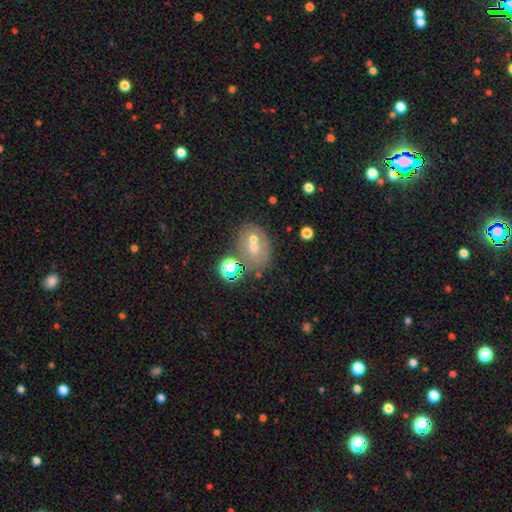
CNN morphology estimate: type=smooth (34%, tied with featured or disk); merging=none (61%).